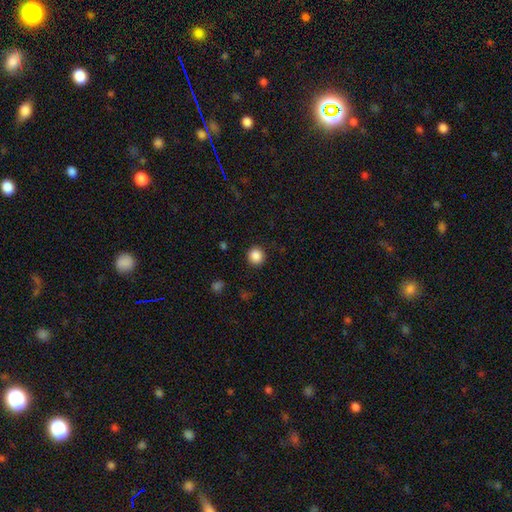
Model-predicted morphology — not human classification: The model was most divided on "smooth or featured": smooth: 87%, star or artifact: 10%, featured or disk: 3%. More confident: how rounded — round (93%); merging — none (91%).